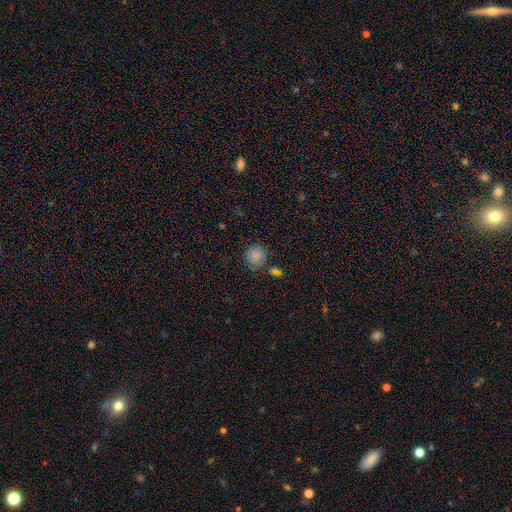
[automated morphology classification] Smooth or featured? Predicted: smooth (p=0.81). How rounded? Predicted: round (p=0.81). Merging? Predicted: none (p=0.70).